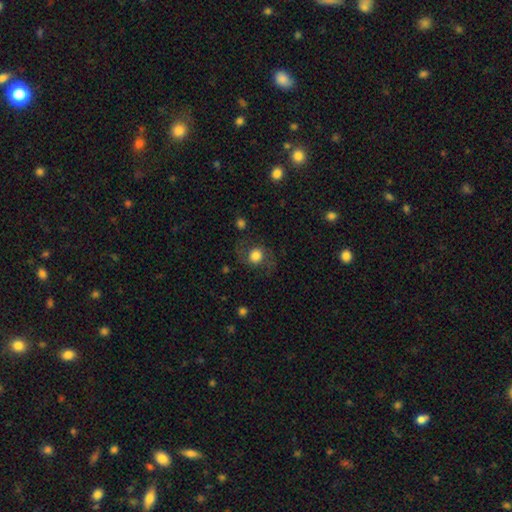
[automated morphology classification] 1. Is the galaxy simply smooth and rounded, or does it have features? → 65% smooth, 25% featured or disk, 10% star or artifact.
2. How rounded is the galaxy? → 78% round, 20% in between, 1% cigar-shaped.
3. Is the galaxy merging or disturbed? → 68% none, 17% minor disturbance, 14% major disturbance, 2% merger.